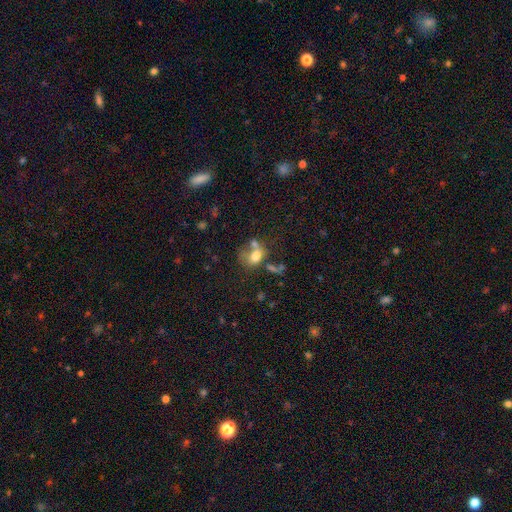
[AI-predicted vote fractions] This appears to be a smooth galaxy with no disk features (66%) that is in between round and cigar-shaped (60%). Merging: merger (44%).